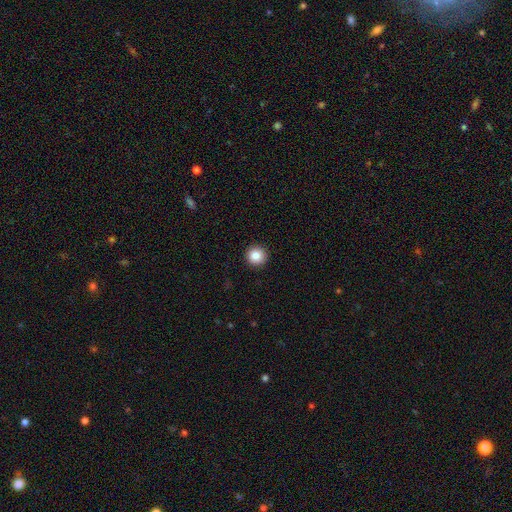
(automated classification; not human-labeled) Smooth or featured?
  - smooth: 86% *
  - star or artifact: 9%
  - featured or disk: 5%
How rounded?
  - round: 96% *
  - in between: 3%
  - cigar-shaped: 1%
Merging?
  - none: 93% *
  - minor disturbance: 4%
  - major disturbance: 2%
  - merger: 1%